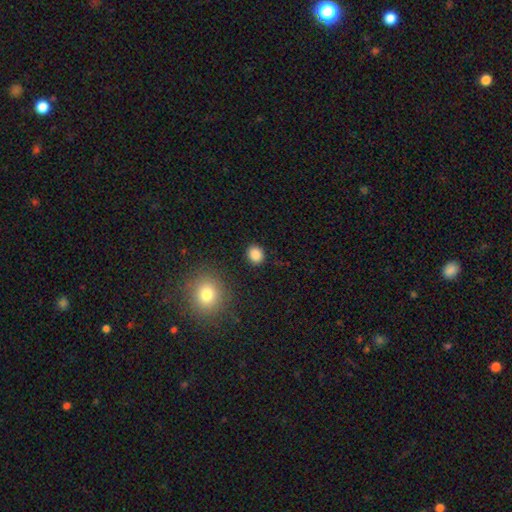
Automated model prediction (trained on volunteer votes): Q: Smooth or featured?
A: smooth (86%); runner-up: star or artifact (11%)
Q: How rounded?
A: round (70%); runner-up: in between (29%)
Q: Merging?
A: none (88%); runner-up: minor disturbance (7%)